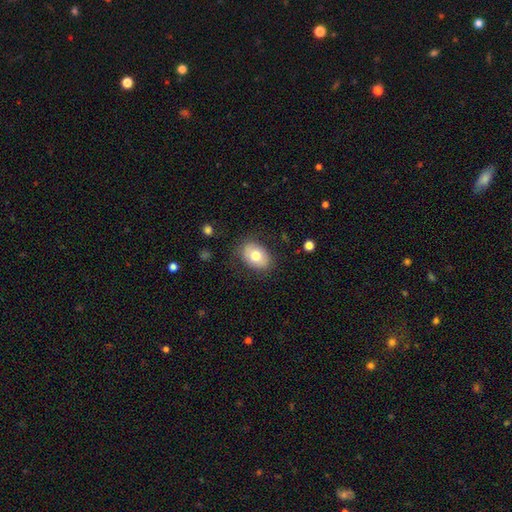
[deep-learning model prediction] Smooth or featured?
  - smooth: 75% *
  - featured or disk: 18%
  - star or artifact: 7%
How rounded?
  - in between: 74% *
  - round: 25%
  - cigar-shaped: 1%
Merging?
  - none: 80% *
  - minor disturbance: 15%
  - major disturbance: 4%
  - merger: 1%